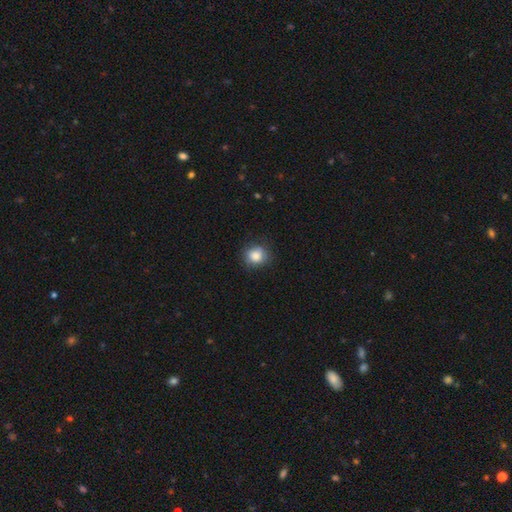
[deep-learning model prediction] Smooth or featured? smooth (84%)
How rounded? round (82%)
Merging? none (79%)